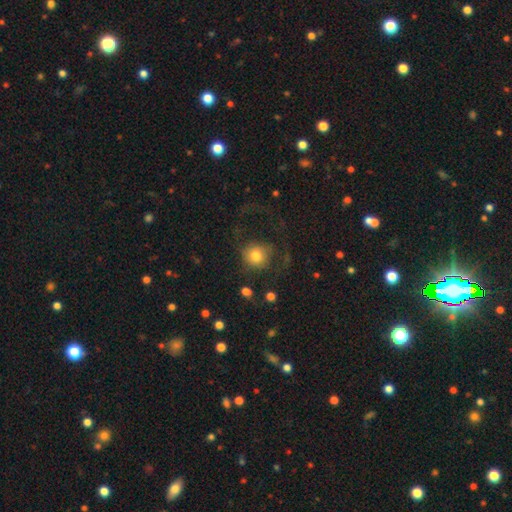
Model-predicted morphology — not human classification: Smooth or featured? Predicted: smooth (p=0.71). How rounded? Predicted: round (p=0.89). Merging? Predicted: none (p=0.47).